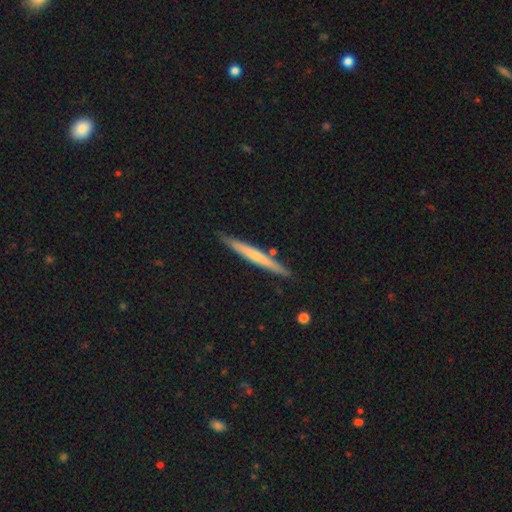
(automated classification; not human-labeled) Smooth or featured? smooth (50%)
Merging? none (88%)